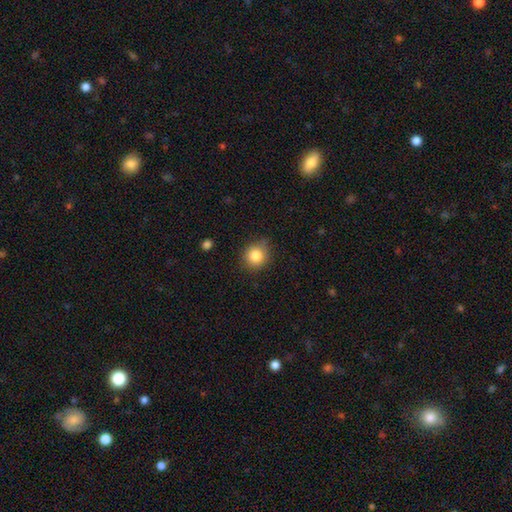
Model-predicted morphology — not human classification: Smooth or featured? smooth (84%)
How rounded? round (86%)
Merging? none (79%)